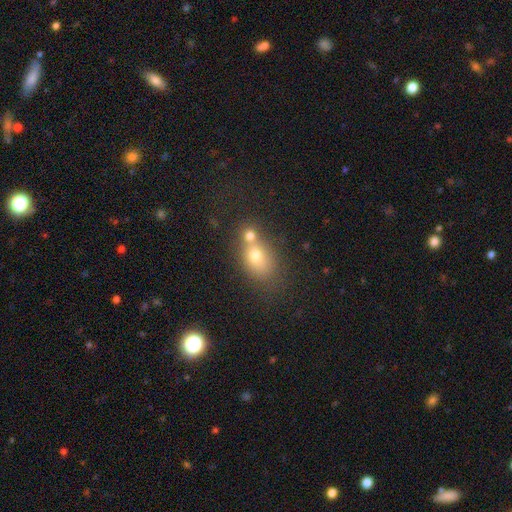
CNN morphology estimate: Smooth or featured? Predicted: smooth (p=0.69). How rounded? Predicted: in between (p=0.63). Merging? Predicted: merger (p=0.49).